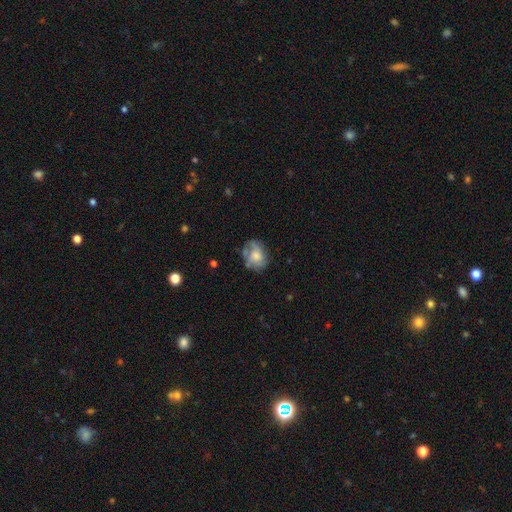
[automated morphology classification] type=smooth (49%); merging=none (56%).